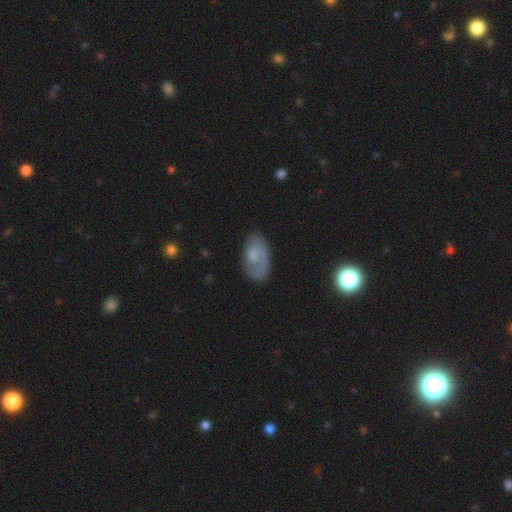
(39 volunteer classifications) Smooth or featured? 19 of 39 (49%) said featured or disk. Edge-on disk? 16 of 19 (84%) said no. Bar? 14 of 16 (88%) said no. Spiral arms? 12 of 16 (75%) said no. Bulge size? 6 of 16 (38%) said moderate. Merging? 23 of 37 (62%) said none.